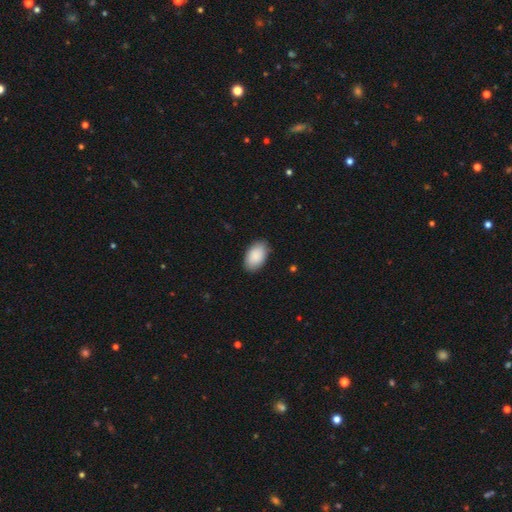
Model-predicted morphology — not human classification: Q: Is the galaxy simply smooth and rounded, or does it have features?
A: smooth — 90%.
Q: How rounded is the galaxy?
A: in between — 94%.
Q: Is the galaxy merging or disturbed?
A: none — 86%.